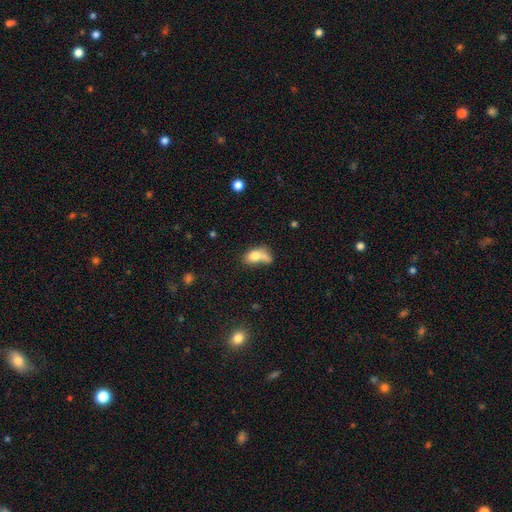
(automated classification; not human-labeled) Morphology: type=smooth (73%); roundness=in between (79%); merging=merger (45%).